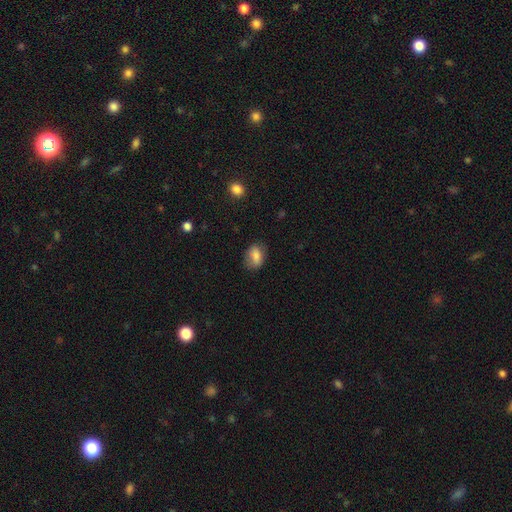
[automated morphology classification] Q: Smooth or featured?
A: smooth (80%); runner-up: featured or disk (11%)
Q: How rounded?
A: in between (75%); runner-up: round (24%)
Q: Merging?
A: none (71%); runner-up: minor disturbance (22%)